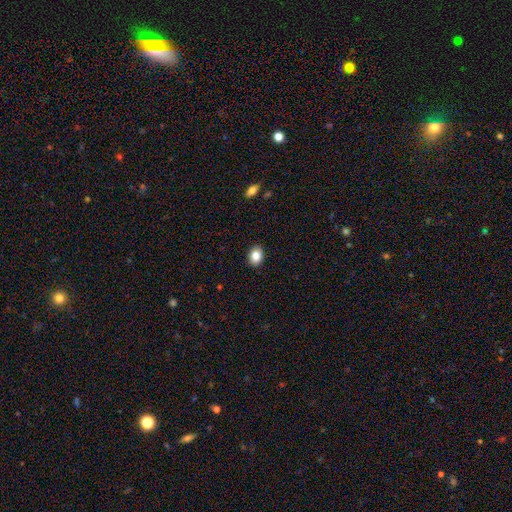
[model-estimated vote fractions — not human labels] smooth-or-featured: smooth: 84% | star or artifact: 9% | featured or disk: 7%
  how-rounded: in between: 56% | round: 42% | cigar-shaped: 1%
  merging: none: 90% | minor disturbance: 7% | major disturbance: 2% | merger: 1%